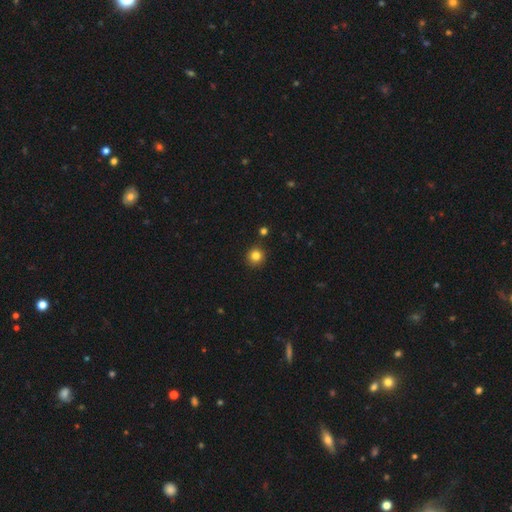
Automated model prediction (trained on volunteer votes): Morphology: type=smooth (82%); roundness=round (94%); merging=none (90%).